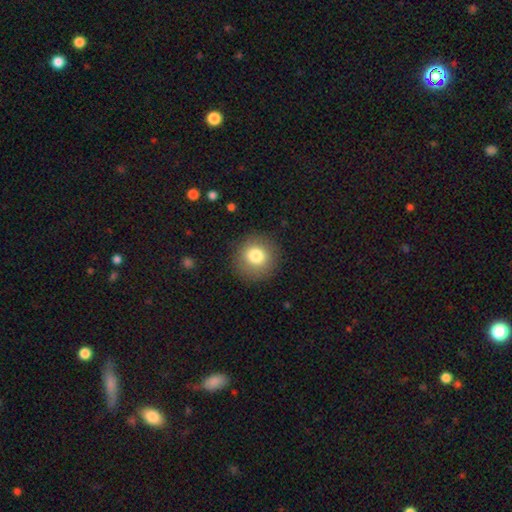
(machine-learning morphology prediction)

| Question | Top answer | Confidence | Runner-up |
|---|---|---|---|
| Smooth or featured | smooth | 80% | featured or disk (10%) |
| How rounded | round | 94% | in between (5%) |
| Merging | none | 89% | minor disturbance (7%) |